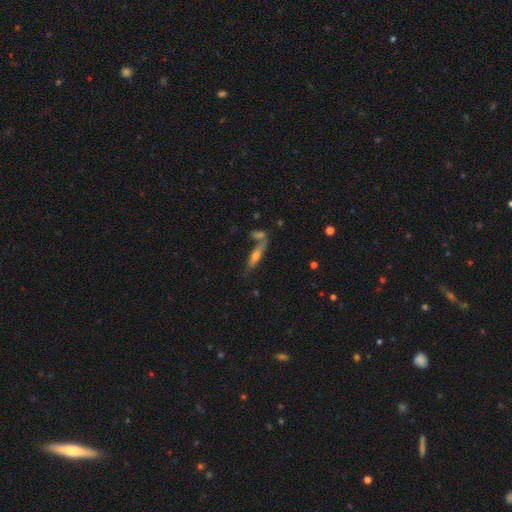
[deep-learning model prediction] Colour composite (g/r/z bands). It shows a smooth galaxy with no disk features (48%). Merging: none (56%).